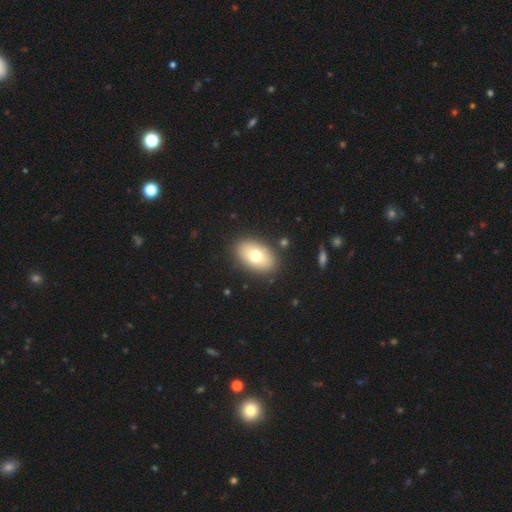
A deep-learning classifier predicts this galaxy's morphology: Smooth or featured?
  - smooth: 72% *
  - featured or disk: 19%
  - star or artifact: 8%
How rounded?
  - in between: 88% *
  - round: 10%
  - cigar-shaped: 1%
Merging?
  - none: 87% *
  - minor disturbance: 8%
  - major disturbance: 3%
  - merger: 2%